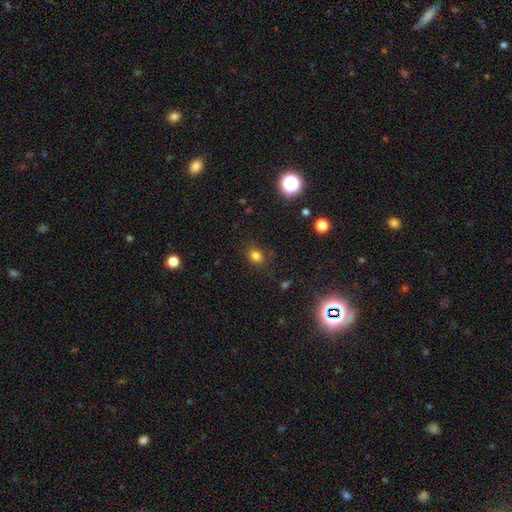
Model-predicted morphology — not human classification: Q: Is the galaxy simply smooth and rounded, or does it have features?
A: smooth — 78%.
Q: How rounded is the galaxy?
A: in between — 51%.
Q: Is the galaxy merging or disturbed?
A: none — 81%.